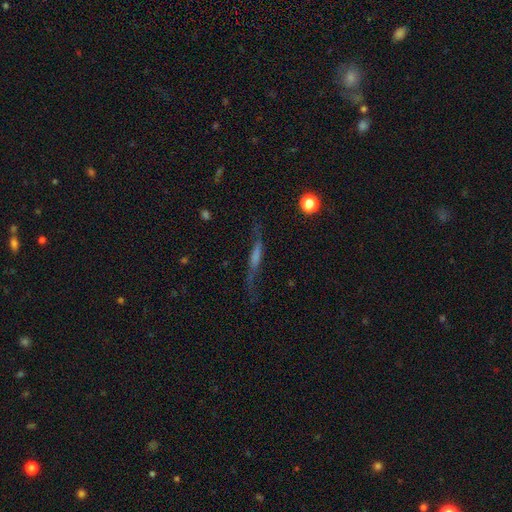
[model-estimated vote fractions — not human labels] The model was most divided on "smooth or featured": featured or disk: 61%, smooth: 26%, star or artifact: 13%. More confident: edge-on disk — yes (69%); merging — none (64%).